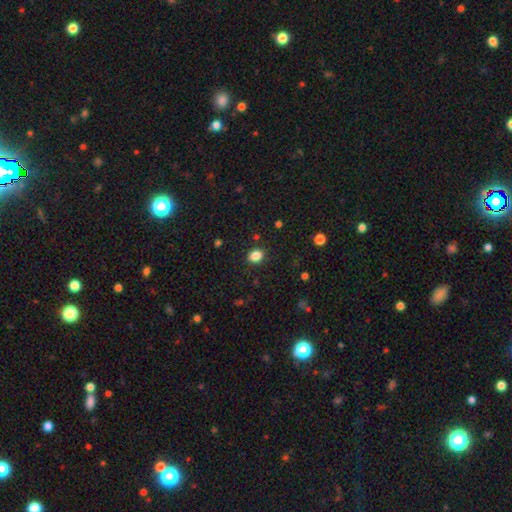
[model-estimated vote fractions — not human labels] Smooth or featured? Predicted: smooth (p=0.85). How rounded? Predicted: round (p=0.51). Merging? Predicted: none (p=0.88).